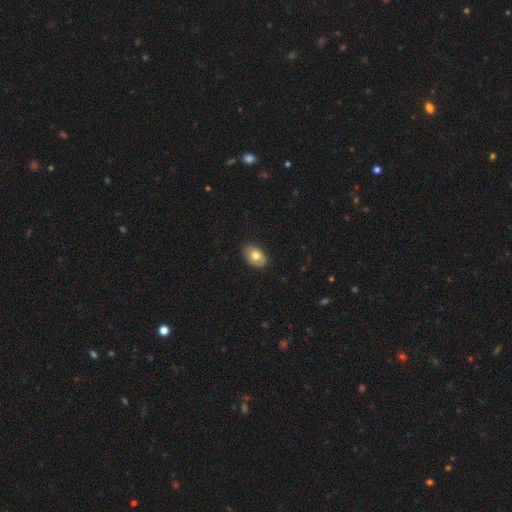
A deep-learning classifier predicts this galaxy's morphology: smooth-or-featured: smooth: 69% | featured or disk: 24% | star or artifact: 7%
  how-rounded: in between: 85% | round: 14% | cigar-shaped: 1%
  merging: none: 82% | minor disturbance: 15% | major disturbance: 3% | merger: 1%